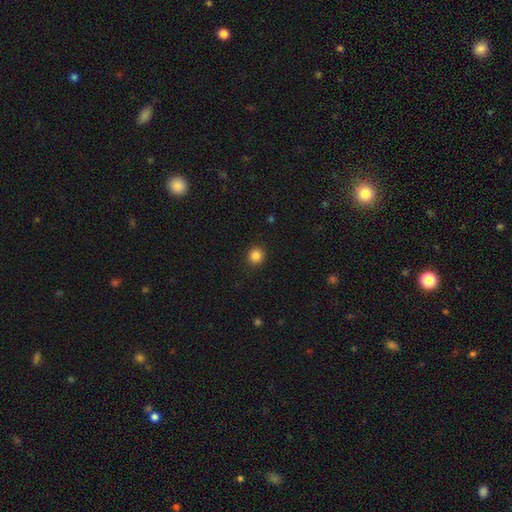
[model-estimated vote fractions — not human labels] This is clearly a smooth galaxy (85%). How rounded: clearly round (91%). Merging: clearly none (92%).